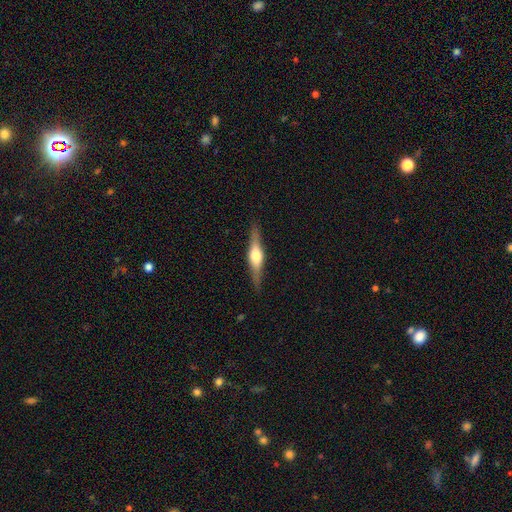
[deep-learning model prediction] This is likely a featured or disk galaxy (69%). It is clearly viewed edge-on (97%). Edge-on bulge: clearly rounded (90%). Merging: clearly none (89%).